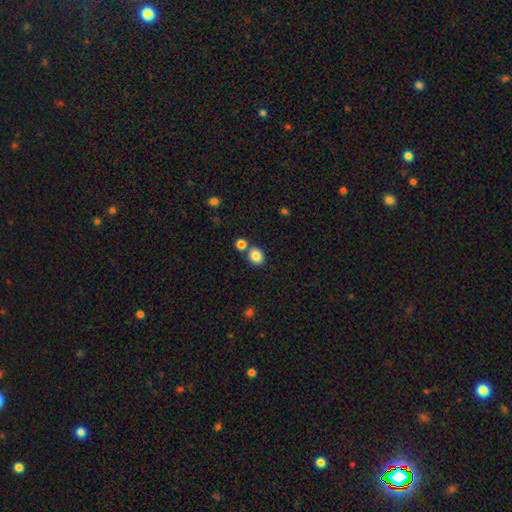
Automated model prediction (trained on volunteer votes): Smooth or featured: smooth — 84% (star or artifact — 10%)
How rounded: round — 72% (in between — 27%)
Merging: none — 70% (merger — 19%)